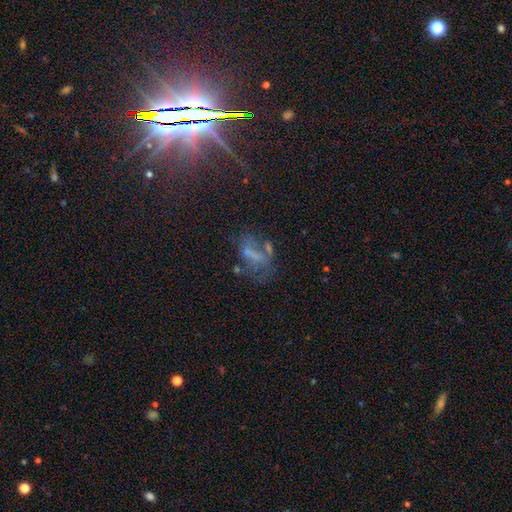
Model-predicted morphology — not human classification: This is marginally a featured or disk galaxy (41%). Merging: marginally none (38%).